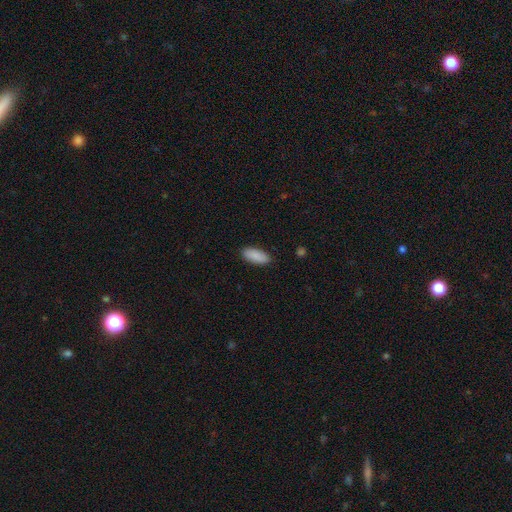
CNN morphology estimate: A smooth galaxy with no disk features (90%) that is in between round and cigar-shaped (87%).

Vote fractions:
- Smooth or featured? smooth: 90% / star or artifact: 6% / featured or disk: 4%
- How rounded? in between: 87% / cigar-shaped: 11% / round: 2%
- Merging? none: 88% / minor disturbance: 9% / major disturbance: 2% / merger: 1%